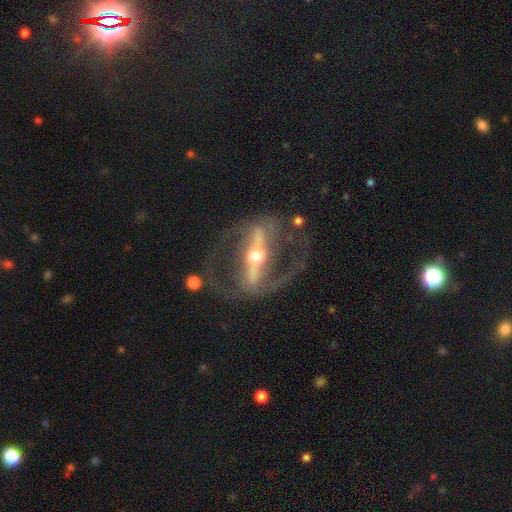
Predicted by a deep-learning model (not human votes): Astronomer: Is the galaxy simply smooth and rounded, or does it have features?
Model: featured or disk — 88%.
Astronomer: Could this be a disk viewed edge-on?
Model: no — 79%.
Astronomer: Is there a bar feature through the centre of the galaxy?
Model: strong — 82%.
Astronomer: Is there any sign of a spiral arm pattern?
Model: yes — 74%.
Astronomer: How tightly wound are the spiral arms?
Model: medium — 49% (runner-up: loose, 27%).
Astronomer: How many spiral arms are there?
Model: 2 — 87%.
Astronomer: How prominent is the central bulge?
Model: moderate — 55% (runner-up: small, 37%).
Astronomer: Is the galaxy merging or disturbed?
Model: none — 65%.